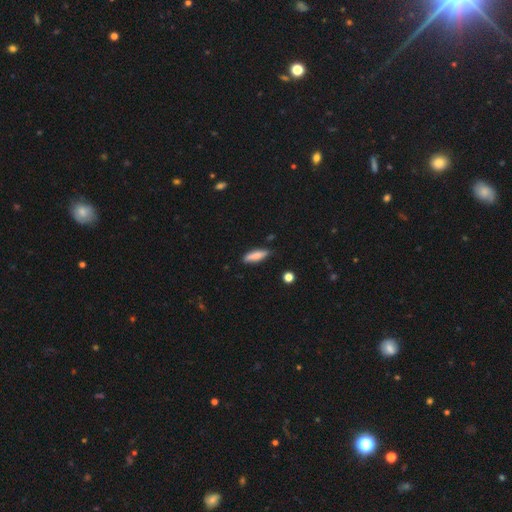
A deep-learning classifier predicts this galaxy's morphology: Smooth or featured? Predicted: smooth (p=0.80). How rounded? Predicted: cigar-shaped (p=0.61). Merging? Predicted: none (p=0.81).